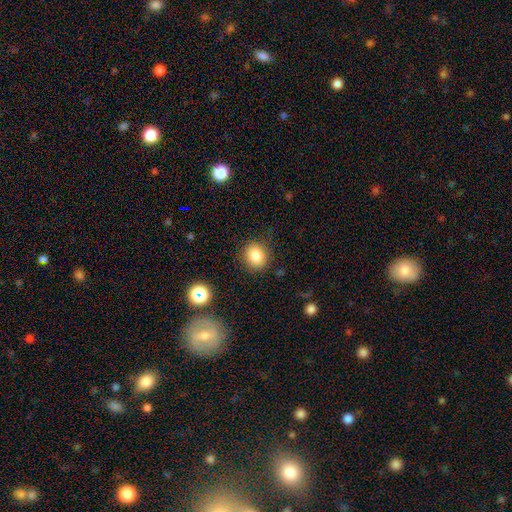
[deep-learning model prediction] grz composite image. It shows a smooth galaxy with no disk features (83%) that is round (78%). Merging: none (87%).